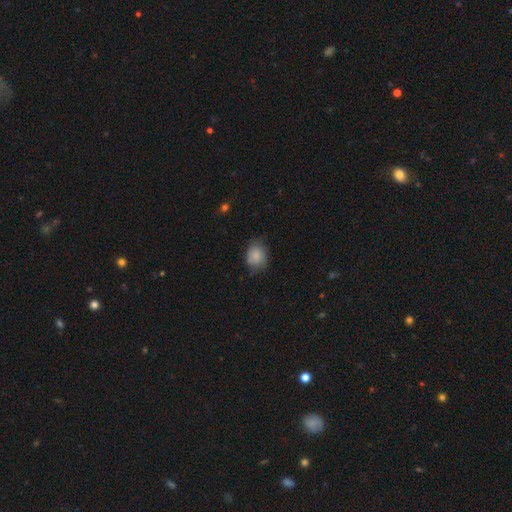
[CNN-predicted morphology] Smooth or featured?
  - smooth: 82% *
  - featured or disk: 10%
  - star or artifact: 8%
How rounded?
  - round: 53% *
  - in between: 46%
  - cigar-shaped: 1%
Merging?
  - none: 65% *
  - minor disturbance: 27%
  - major disturbance: 6%
  - merger: 2%